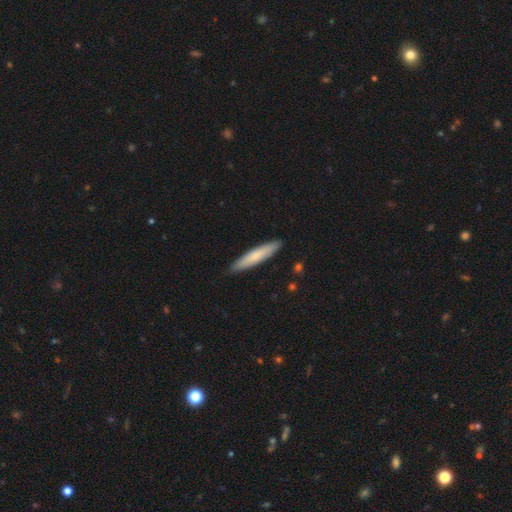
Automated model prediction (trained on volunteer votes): A smooth galaxy with no disk features (74%) that is cigar-shaped (89%).

Vote fractions:
- Smooth or featured? smooth: 74% / featured or disk: 21% / star or artifact: 5%
- How rounded? cigar-shaped: 89% / in between: 10% / round: 1%
- Merging? none: 89% / minor disturbance: 8% / major disturbance: 1% / merger: 1%